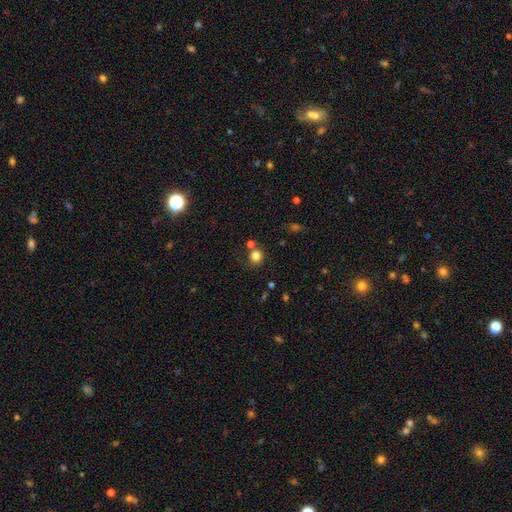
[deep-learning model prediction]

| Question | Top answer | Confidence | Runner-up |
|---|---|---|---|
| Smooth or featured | smooth | 81% | star or artifact (13%) |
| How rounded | round | 87% | in between (13%) |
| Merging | none | 69% | merger (16%) |